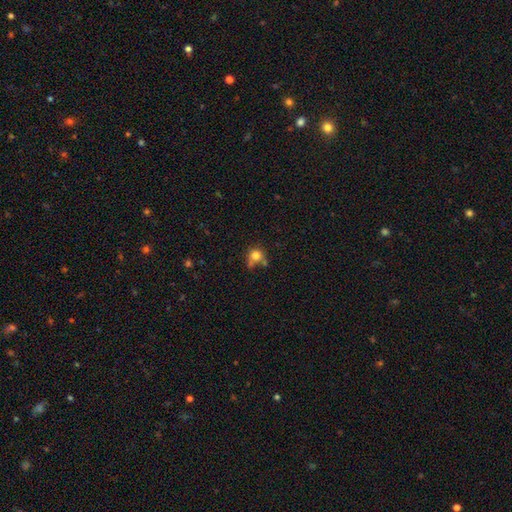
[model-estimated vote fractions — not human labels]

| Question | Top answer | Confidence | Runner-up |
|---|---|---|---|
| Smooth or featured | smooth | 76% | star or artifact (12%) |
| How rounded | round | 84% | in between (14%) |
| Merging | none | 49% | merger (23%) |